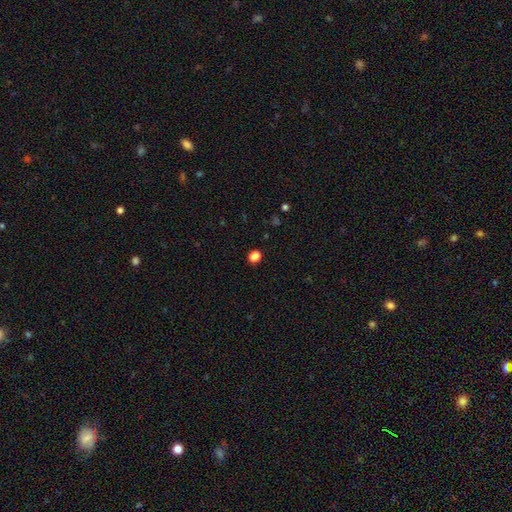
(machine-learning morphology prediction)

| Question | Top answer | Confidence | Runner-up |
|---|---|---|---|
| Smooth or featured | smooth | 79% | star or artifact (17%) |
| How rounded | round | 54% | in between (44%) |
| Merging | none | 88% | minor disturbance (7%) |